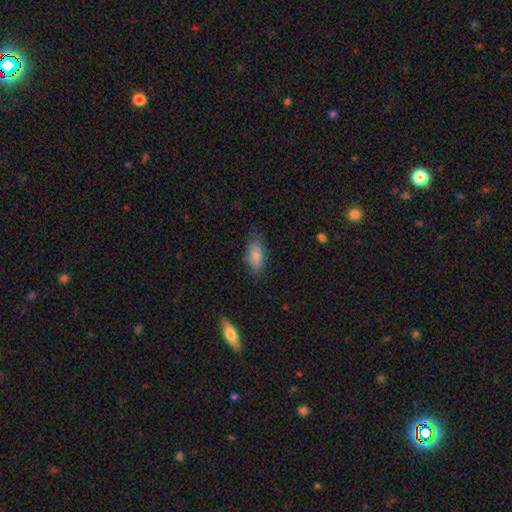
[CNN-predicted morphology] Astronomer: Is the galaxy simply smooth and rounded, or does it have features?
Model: smooth — 81%.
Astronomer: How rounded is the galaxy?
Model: in between — 88%.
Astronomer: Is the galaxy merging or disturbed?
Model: none — 73%.